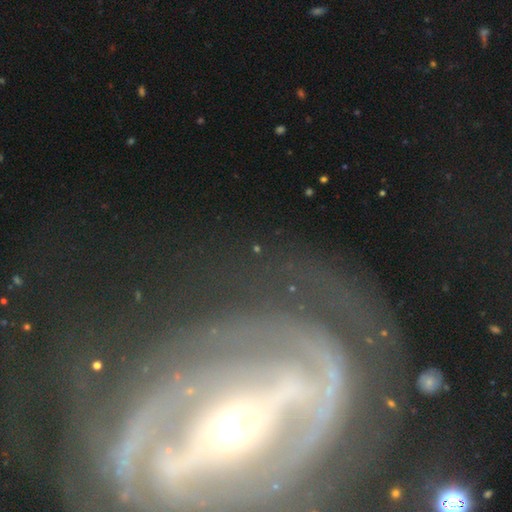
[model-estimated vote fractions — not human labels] Smooth or featured: featured or disk — 86% (star or artifact — 7%)
Edge-on disk: no — 93% (yes — 7%)
Bar: strong — 64% (weak — 19%)
Spiral arms: yes — 86% (no — 14%)
Spiral winding: tight — 55% (medium — 32%)
Spiral arm count: 2 — 53% (can't tell — 19%)
Bulge size: small — 67% (moderate — 27%)
Merging: none — 69% (minor disturbance — 15%)